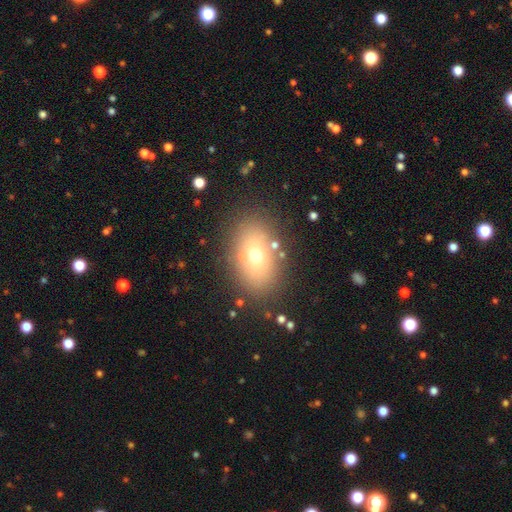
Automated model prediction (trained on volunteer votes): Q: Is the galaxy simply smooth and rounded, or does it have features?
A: smooth — 65%.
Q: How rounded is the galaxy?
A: in between — 70%.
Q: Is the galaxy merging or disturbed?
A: none — 80%.